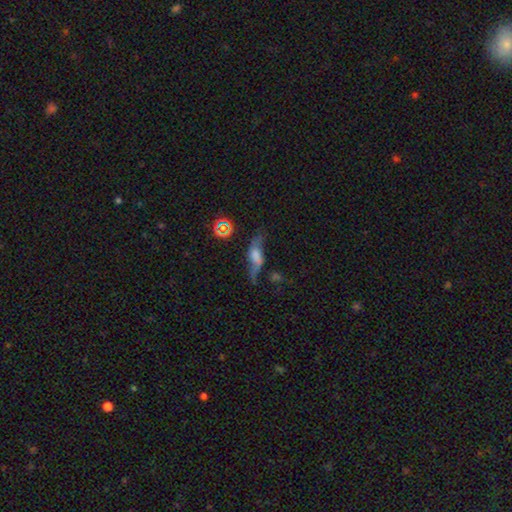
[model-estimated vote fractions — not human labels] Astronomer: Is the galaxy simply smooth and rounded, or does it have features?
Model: featured or disk — 49% (runner-up: smooth, 35%).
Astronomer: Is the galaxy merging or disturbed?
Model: none — 46% (runner-up: minor disturbance, 24%).